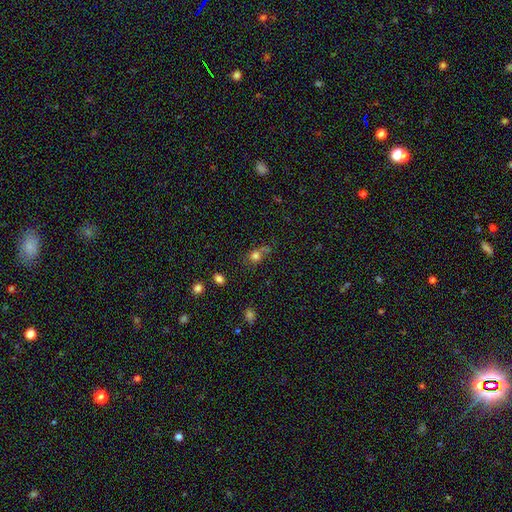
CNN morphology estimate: The model was most divided on "merging": none: 49%, merger: 25%, minor disturbance: 17%, major disturbance: 8%. More confident: how rounded — round (75%); smooth or featured — smooth (74%).